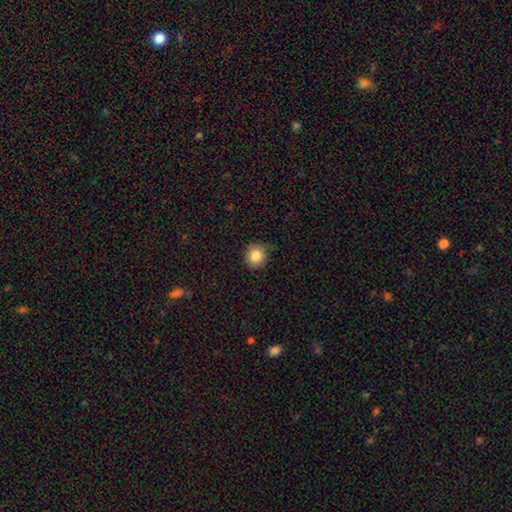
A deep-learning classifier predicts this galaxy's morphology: A smooth galaxy with no disk features (84%) that is round (90%).

Vote fractions:
- Smooth or featured? smooth: 84% / star or artifact: 10% / featured or disk: 7%
- How rounded? round: 90% / in between: 9% / cigar-shaped: 1%
- Merging? none: 72% / minor disturbance: 22% / major disturbance: 5% / merger: 1%